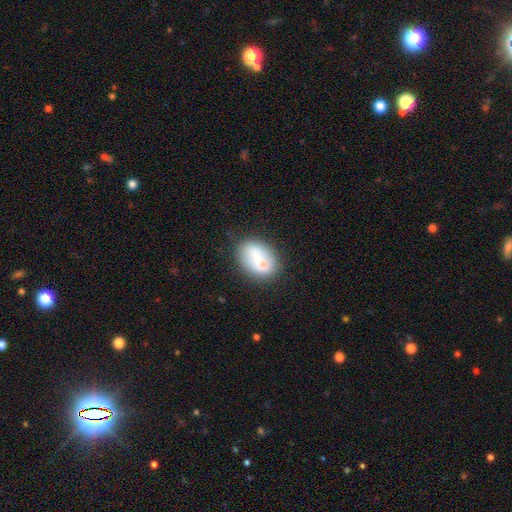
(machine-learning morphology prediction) type=smooth (69%); roundness=in between (79%); merging=none (64%).